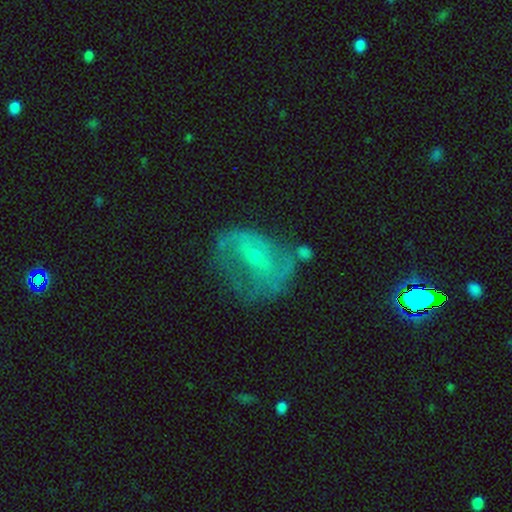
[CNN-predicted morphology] Q: Smooth or featured?
A: featured or disk (67%); runner-up: smooth (24%)
Q: Edge-on disk?
A: no (96%); runner-up: yes (4%)
Q: Bar?
A: no (48%); runner-up: weak (39%)
Q: Spiral arms?
A: yes (60%); runner-up: no (40%)
Q: Bulge size?
A: small (70%); runner-up: moderate (25%)
Q: Merging?
A: none (38%); runner-up: major disturbance (30%)